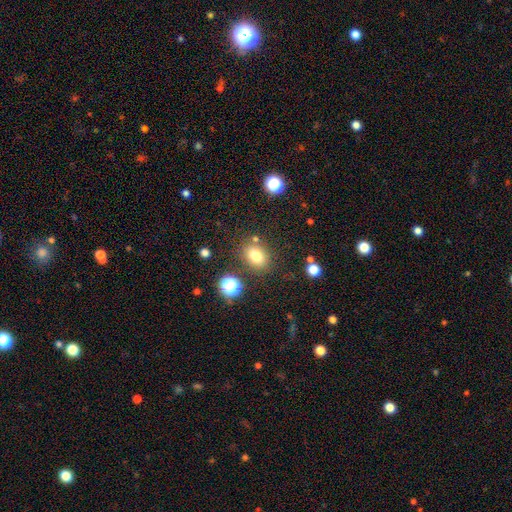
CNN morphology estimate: Smooth or featured?
  - smooth: 77% *
  - star or artifact: 14%
  - featured or disk: 9%
How rounded?
  - in between: 56% *
  - round: 43%
  - cigar-shaped: 1%
Merging?
  - none: 78% *
  - minor disturbance: 12%
  - merger: 6%
  - major disturbance: 4%